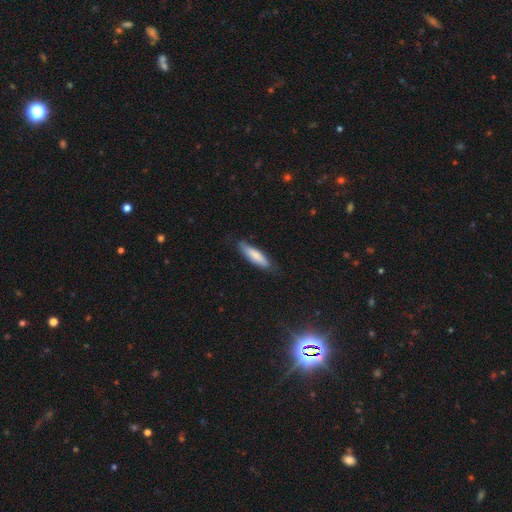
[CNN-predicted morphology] Q: Smooth or featured?
A: smooth (79%); runner-up: featured or disk (16%)
Q: How rounded?
A: cigar-shaped (68%); runner-up: in between (30%)
Q: Merging?
A: none (76%); runner-up: minor disturbance (19%)